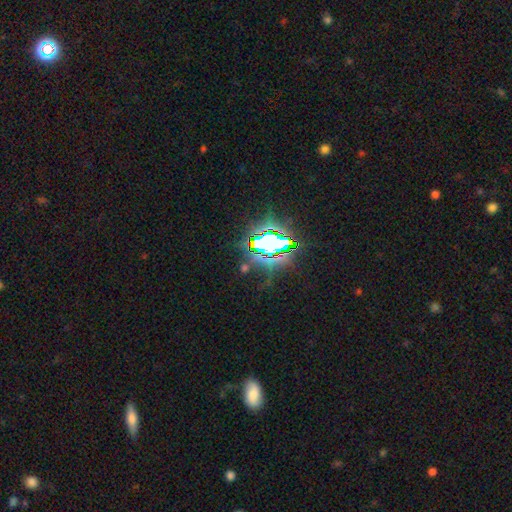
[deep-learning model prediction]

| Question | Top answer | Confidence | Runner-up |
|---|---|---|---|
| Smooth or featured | star or artifact | 78% | smooth (12%) |